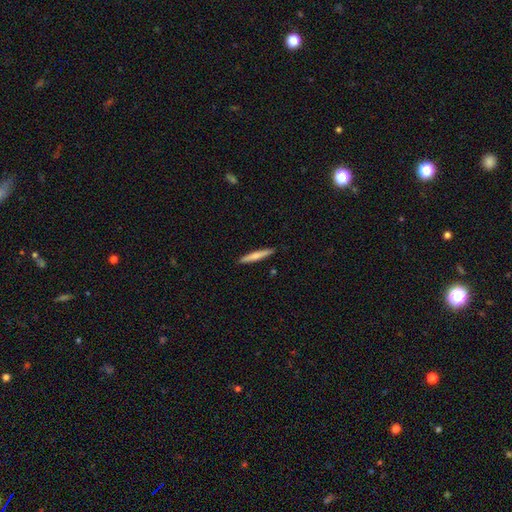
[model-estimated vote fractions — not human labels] Smooth or featured: smooth — 65% (featured or disk — 30%)
How rounded: cigar-shaped — 94% (in between — 5%)
Merging: none — 90% (minor disturbance — 7%)